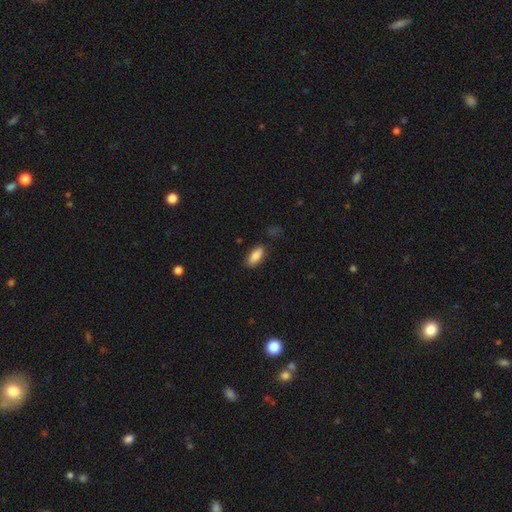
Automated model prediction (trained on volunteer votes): A smooth galaxy with no disk features (85%) that is in between round and cigar-shaped (83%).

Vote fractions:
- Smooth or featured? smooth: 85% / featured or disk: 8% / star or artifact: 7%
- How rounded? in between: 83% / cigar-shaped: 15% / round: 2%
- Merging? none: 83% / minor disturbance: 13% / major disturbance: 3% / merger: 2%